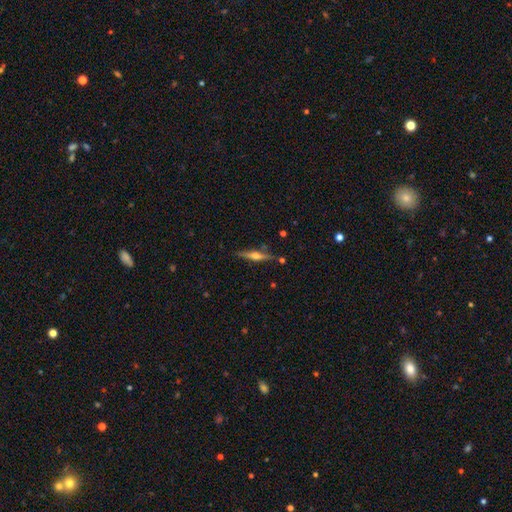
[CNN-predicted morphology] The model was most divided on "smooth or featured": featured or disk: 70%, smooth: 23%, star or artifact: 7%. More confident: edge-on disk — yes (97%); edge-on bulge — rounded (90%); merging — none (85%).